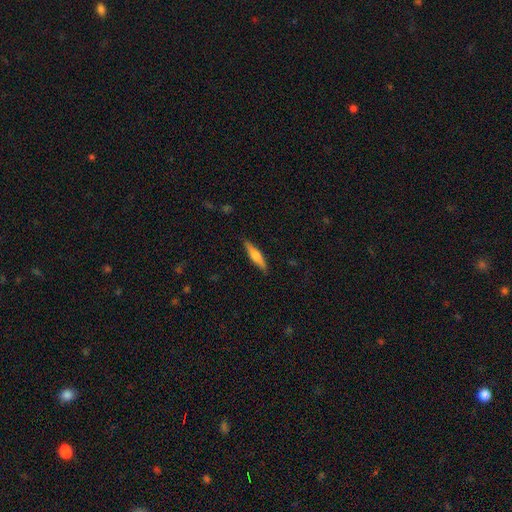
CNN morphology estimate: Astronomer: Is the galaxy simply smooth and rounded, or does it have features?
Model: smooth — 60% (runner-up: featured or disk, 35%).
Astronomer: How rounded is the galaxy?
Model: cigar-shaped — 80%.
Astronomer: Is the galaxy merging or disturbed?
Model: none — 87%.